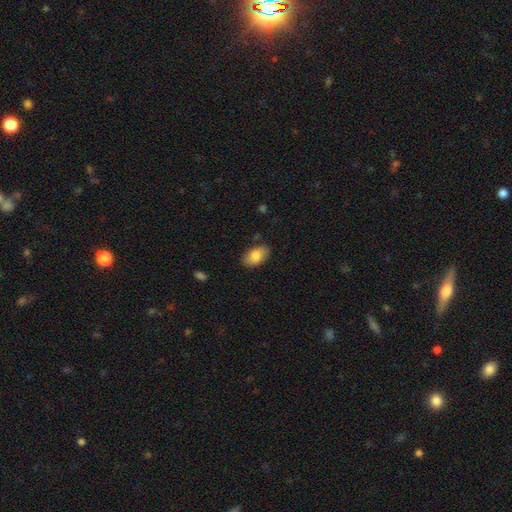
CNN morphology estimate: type=smooth (83%); roundness=in between (93%); merging=none (85%).